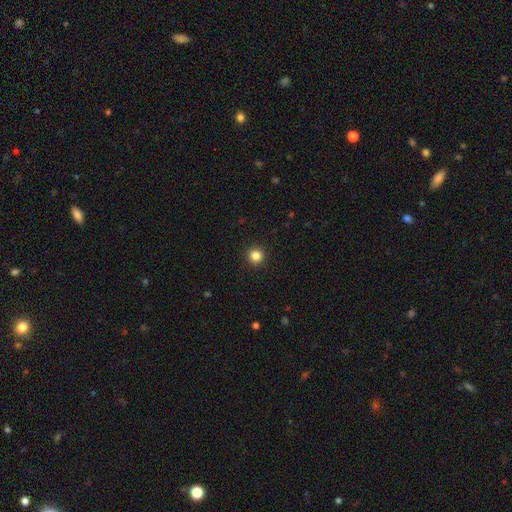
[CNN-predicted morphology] A smooth galaxy with no disk features (84%) that is round (96%).

Vote fractions:
- Smooth or featured? smooth: 84% / star or artifact: 12% / featured or disk: 4%
- How rounded? round: 96% / in between: 3% / cigar-shaped: 1%
- Merging? none: 93% / minor disturbance: 4% / major disturbance: 2% / merger: 1%